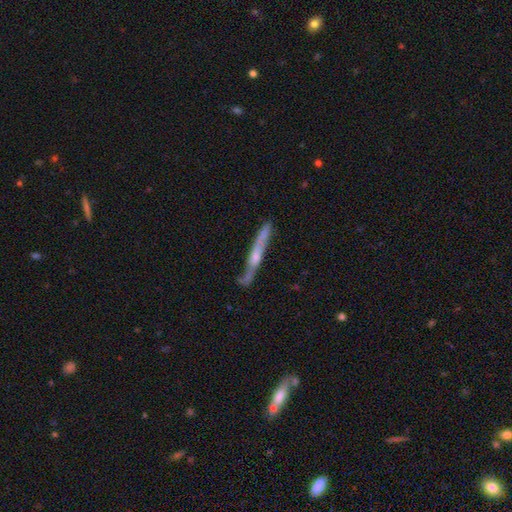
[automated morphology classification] smooth-or-featured: featured or disk: 65% | smooth: 29% | star or artifact: 6%
  disk-edge-on: yes: 84% | no: 16%
    edge-on-bulge: rounded: 56% | none: 34% | boxy: 10%
  merging: none: 67% | minor disturbance: 23% | major disturbance: 6% | merger: 4%